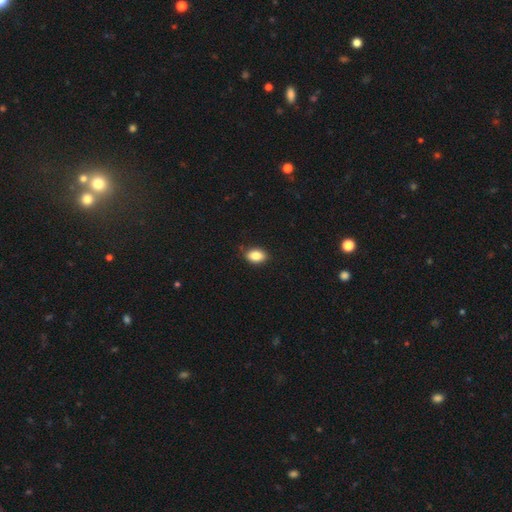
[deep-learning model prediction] smooth-or-featured: smooth: 86% | star or artifact: 8% | featured or disk: 6%
  how-rounded: in between: 85% | round: 13% | cigar-shaped: 2%
  merging: none: 85% | minor disturbance: 12% | major disturbance: 2% | merger: 1%